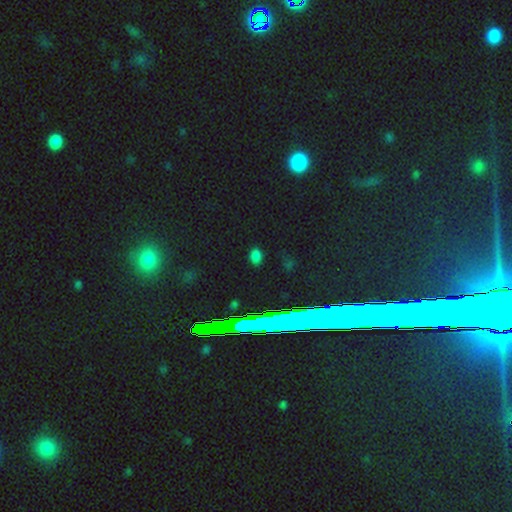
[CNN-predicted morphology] type=smooth (57%); roundness=in between (79%); merging=none (85%).